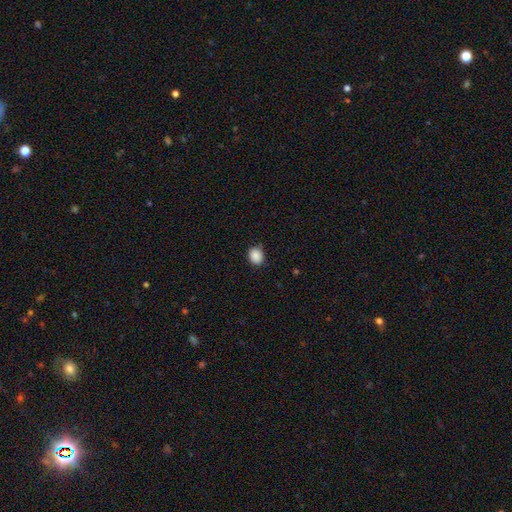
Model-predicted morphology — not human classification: Overall: smooth (89%). How rounded: round (55%; in between 44%). Merging: none (85%).